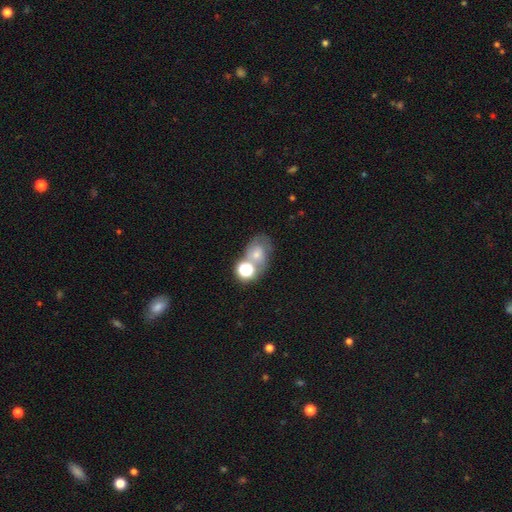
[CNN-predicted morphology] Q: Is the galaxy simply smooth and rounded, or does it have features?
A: smooth — 56%.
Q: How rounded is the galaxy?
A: in between — 58%.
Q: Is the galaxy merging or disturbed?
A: none — 37%.